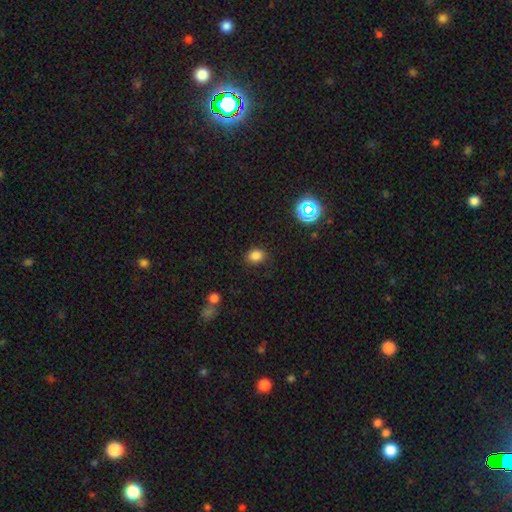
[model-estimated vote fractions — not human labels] A smooth galaxy with no disk features (81%) that is in between round and cigar-shaped (60%).

Vote fractions:
- Smooth or featured? smooth: 81% / star or artifact: 14% / featured or disk: 5%
- How rounded? in between: 60% / round: 39% / cigar-shaped: 1%
- Merging? none: 85% / minor disturbance: 10% / major disturbance: 3% / merger: 1%